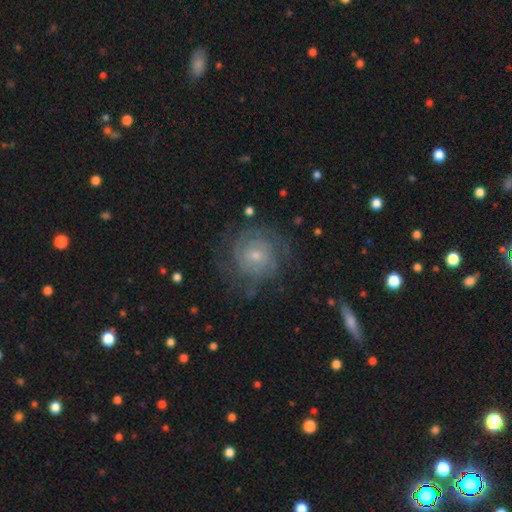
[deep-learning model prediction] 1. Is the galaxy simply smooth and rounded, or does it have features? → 73% featured or disk, 19% smooth, 8% star or artifact.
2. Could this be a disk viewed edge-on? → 98% no, 2% yes.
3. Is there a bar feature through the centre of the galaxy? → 72% no, 24% weak, 4% strong.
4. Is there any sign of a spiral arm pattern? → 88% yes, 12% no.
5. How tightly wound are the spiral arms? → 65% tight, 26% medium, 8% loose.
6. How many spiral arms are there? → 45% can't tell, 24% 2, 14% 3, 7% 4, 5% 1, 5% more than 4.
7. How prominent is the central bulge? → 61% small, 33% moderate, 2% none, 2% large, 1% dominant.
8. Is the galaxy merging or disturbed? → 70% none, 17% minor disturbance, 12% major disturbance, 1% merger.